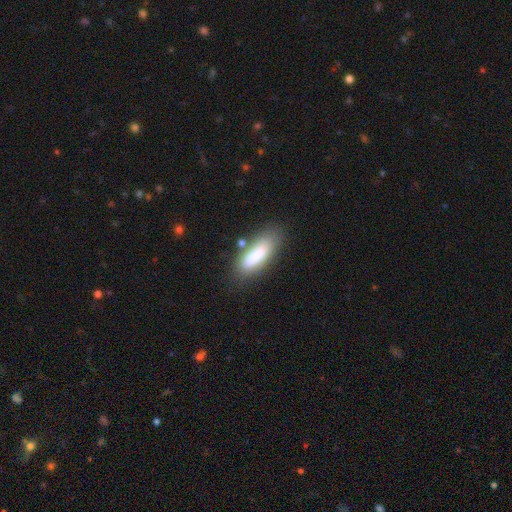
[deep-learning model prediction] smooth 80%, featured or disk 13%, star or artifact 7%. Down the decision tree: how rounded — in between (59%); merging — none (67%).